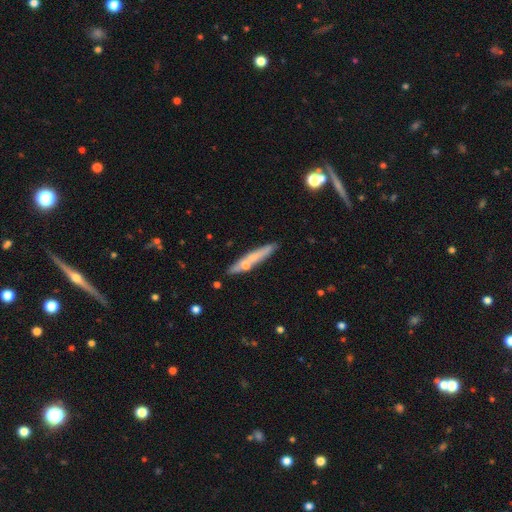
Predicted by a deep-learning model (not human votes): Smooth or featured? smooth (51%)
How rounded? cigar-shaped (90%)
Merging? none (74%)